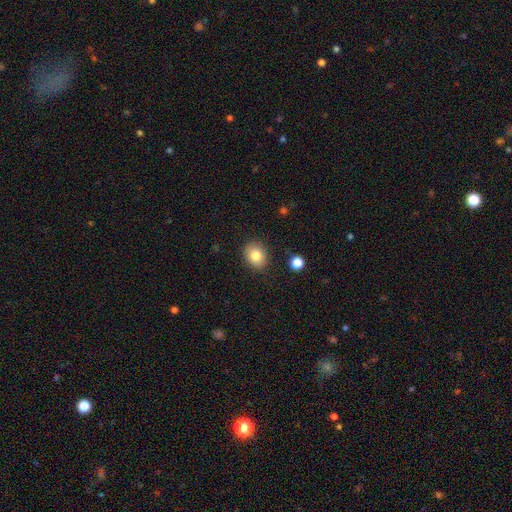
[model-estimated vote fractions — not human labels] Q: Smooth or featured?
A: smooth (82%); runner-up: star or artifact (10%)
Q: How rounded?
A: round (61%); runner-up: in between (39%)
Q: Merging?
A: none (85%); runner-up: minor disturbance (11%)